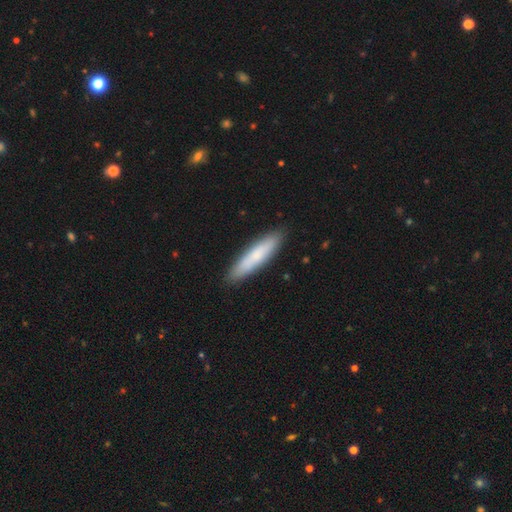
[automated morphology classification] Smooth or featured? smooth (74%)
How rounded? cigar-shaped (82%)
Merging? none (89%)